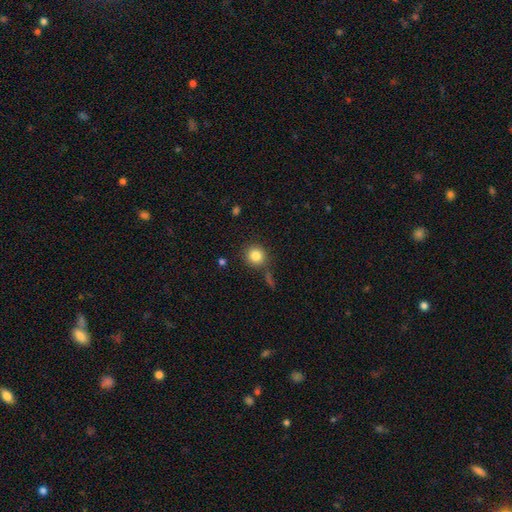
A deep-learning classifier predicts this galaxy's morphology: smooth-or-featured: smooth: 83% | star or artifact: 10% | featured or disk: 6%
  how-rounded: round: 91% | in between: 8% | cigar-shaped: 1%
  merging: none: 81% | minor disturbance: 10% | merger: 6% | major disturbance: 4%